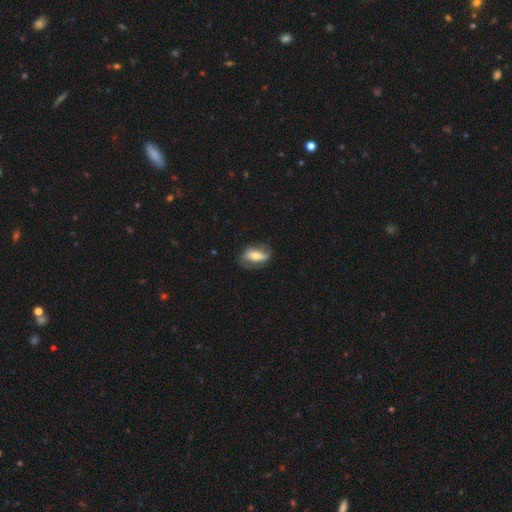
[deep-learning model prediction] featured or disk 61%, smooth 33%, star or artifact 7%. Down the decision tree: edge-on disk — no (88%); bar — strong (45%); spiral arms — yes (77%); bulge size — moderate (60%); merging — none (69%).